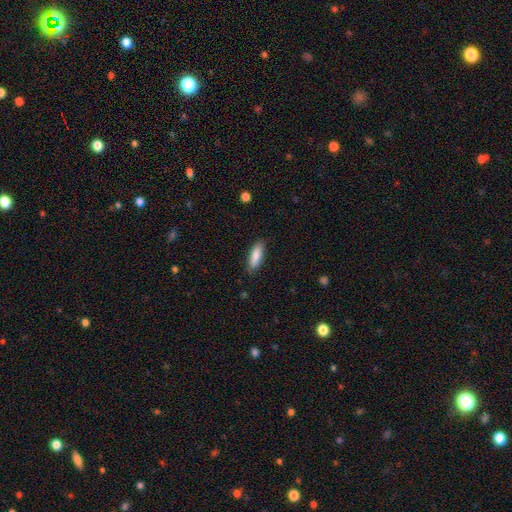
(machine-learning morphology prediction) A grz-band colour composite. It shows a smooth galaxy with no disk features (84%) that is in between round and cigar-shaped (50%). Merging: none (86%).